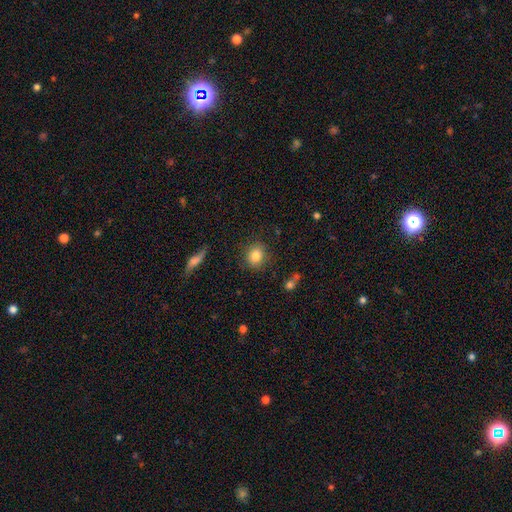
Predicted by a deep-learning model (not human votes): smooth-or-featured: smooth: 83% | star or artifact: 9% | featured or disk: 8%
  how-rounded: round: 75% | in between: 23% | cigar-shaped: 1%
  merging: none: 85% | minor disturbance: 10% | major disturbance: 3% | merger: 2%